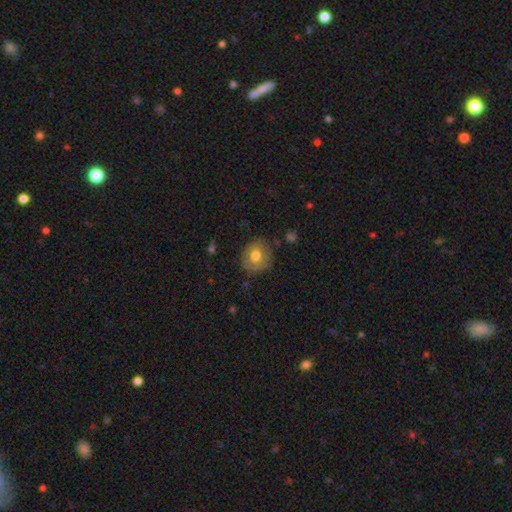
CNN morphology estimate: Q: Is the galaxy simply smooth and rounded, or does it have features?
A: smooth — 68%.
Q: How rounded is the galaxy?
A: round — 82%.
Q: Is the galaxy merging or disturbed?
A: none — 78%.